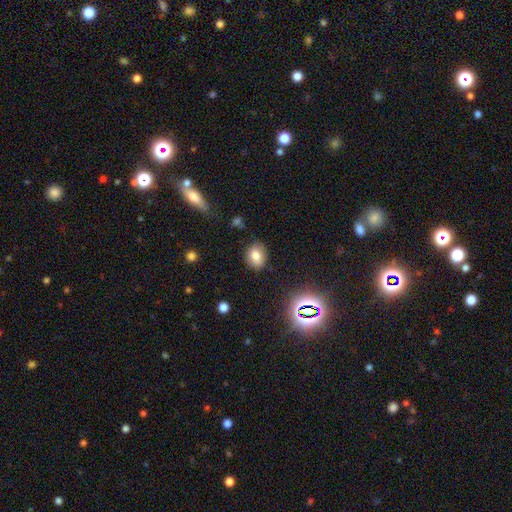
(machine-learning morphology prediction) Smooth or featured: smooth — 78% (star or artifact — 13%)
How rounded: in between — 56% (round — 42%)
Merging: none — 81% (minor disturbance — 13%)